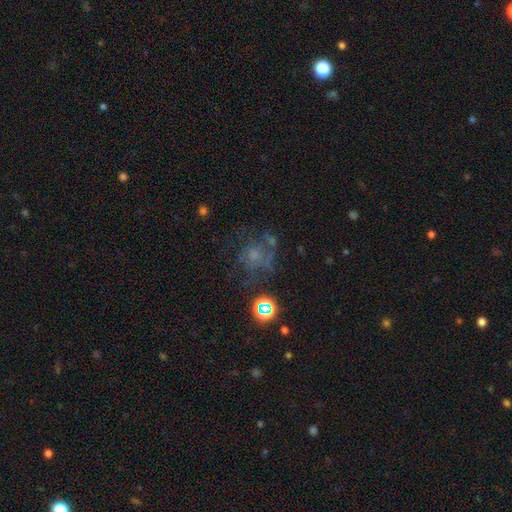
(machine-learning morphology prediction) Smooth or featured: featured or disk — 37% (smooth — 34%)
Merging: none — 48% (major disturbance — 25%)